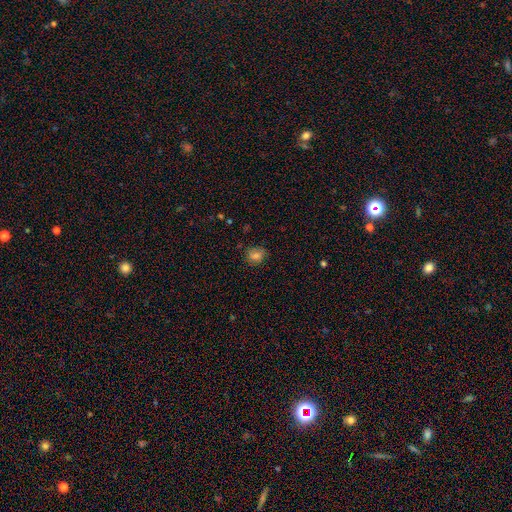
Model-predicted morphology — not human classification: Smooth or featured: smooth — 74% (star or artifact — 13%)
How rounded: round — 59% (in between — 39%)
Merging: none — 77% (minor disturbance — 17%)